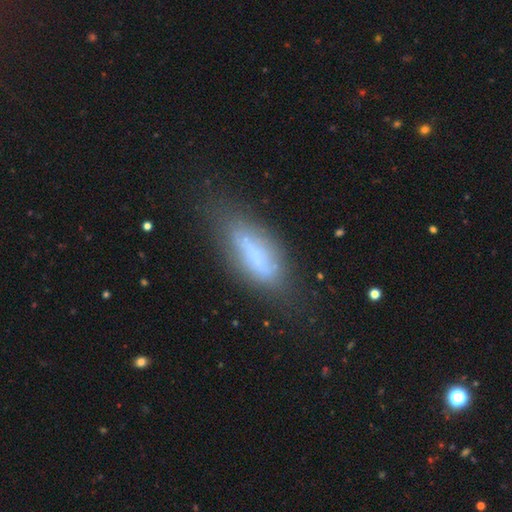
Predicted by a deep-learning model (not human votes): Q: Smooth or featured?
A: smooth (58%); runner-up: featured or disk (31%)
Q: How rounded?
A: in between (59%); runner-up: cigar-shaped (38%)
Q: Merging?
A: none (54%); runner-up: minor disturbance (28%)